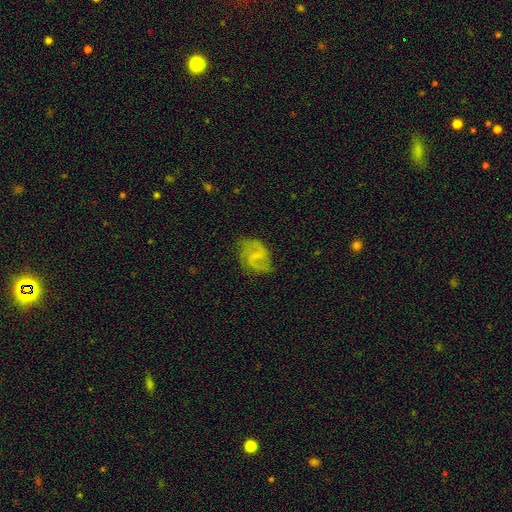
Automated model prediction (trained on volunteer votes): Q: Smooth or featured?
A: featured or disk (72%); runner-up: smooth (21%)
Q: Edge-on disk?
A: no (98%); runner-up: yes (2%)
Q: Bar?
A: weak (55%); runner-up: no (25%)
Q: Spiral arms?
A: yes (91%); runner-up: no (9%)
Q: Spiral winding?
A: medium (45%); runner-up: loose (42%)
Q: Spiral arm count?
A: 2 (88%); runner-up: can't tell (6%)
Q: Bulge size?
A: none (46%); runner-up: small (39%)
Q: Merging?
A: none (70%); runner-up: minor disturbance (20%)